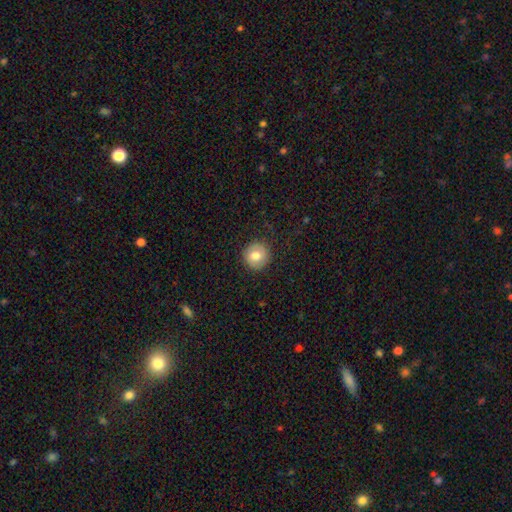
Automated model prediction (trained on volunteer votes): Q: Smooth or featured?
A: smooth (77%); runner-up: featured or disk (15%)
Q: How rounded?
A: round (94%); runner-up: in between (5%)
Q: Merging?
A: none (89%); runner-up: minor disturbance (7%)